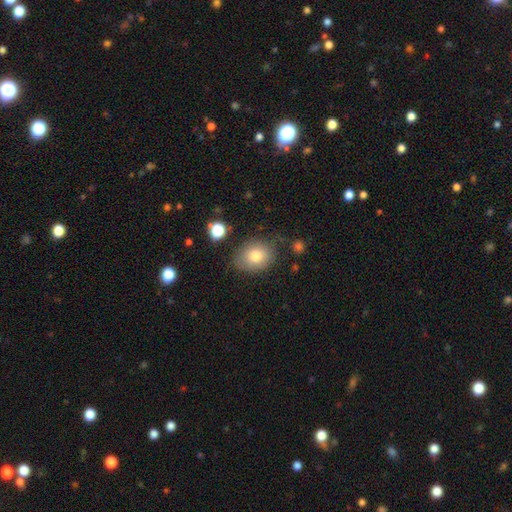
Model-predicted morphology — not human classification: Smooth or featured? smooth (78%)
How rounded? in between (56%)
Merging? none (73%)